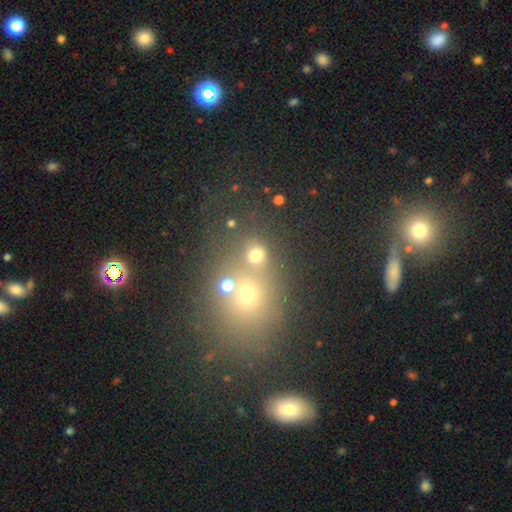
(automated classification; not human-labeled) smooth 70%, star or artifact 21%, featured or disk 9%. Down the decision tree: how rounded — round (81%); merging — none (57%).